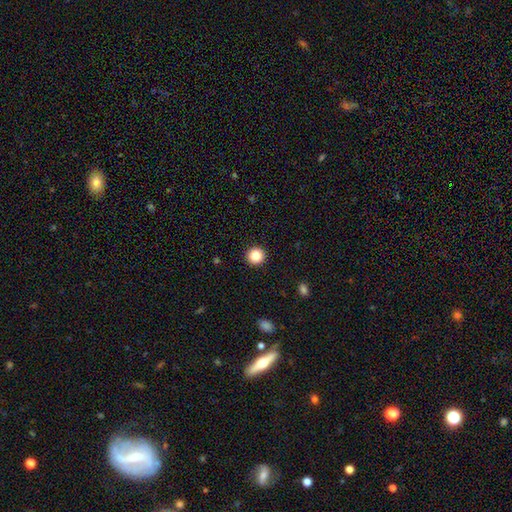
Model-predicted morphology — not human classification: This appears to be a smooth galaxy with no disk features (85%) that is round (94%). Merging: none (93%).